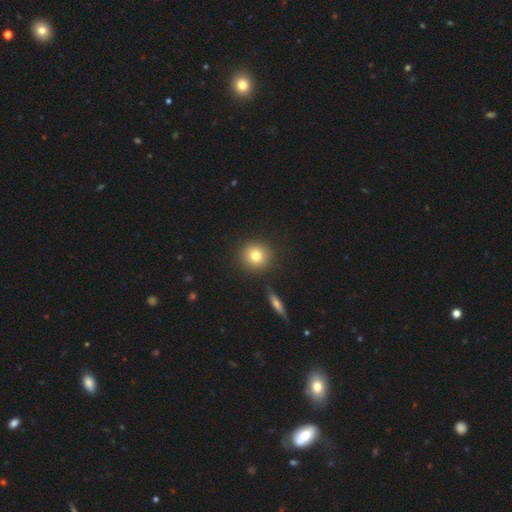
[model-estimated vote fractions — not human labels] This appears to be a smooth galaxy with no disk features (79%) that is round (92%). Merging: none (89%).